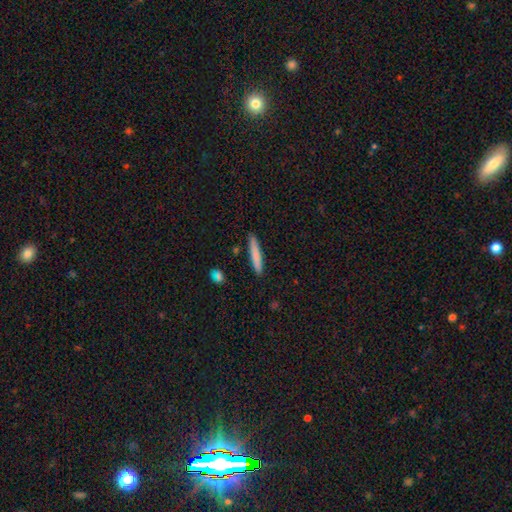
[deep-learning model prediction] smooth 78%, featured or disk 16%, star or artifact 6%. Down the decision tree: how rounded — cigar-shaped (93%); merging — none (88%).